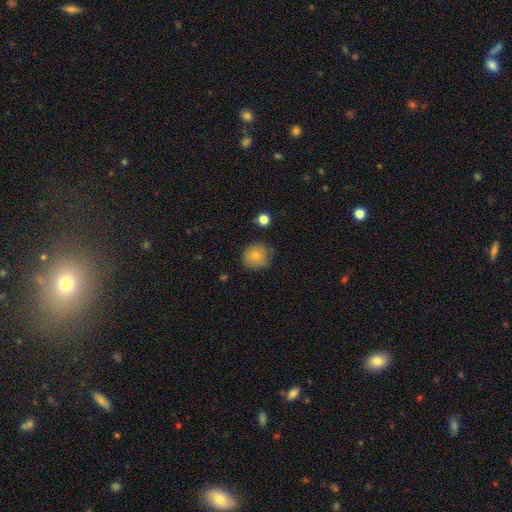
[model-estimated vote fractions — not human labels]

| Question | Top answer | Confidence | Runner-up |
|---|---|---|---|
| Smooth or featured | smooth | 76% | featured or disk (15%) |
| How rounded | round | 85% | in between (14%) |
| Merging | none | 71% | minor disturbance (22%) |